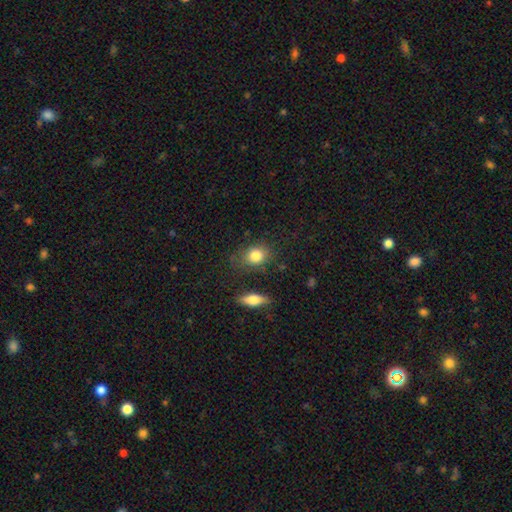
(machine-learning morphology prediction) Smooth or featured: smooth — 83% (star or artifact — 9%)
How rounded: in between — 50% (round — 48%)
Merging: none — 73% (minor disturbance — 17%)